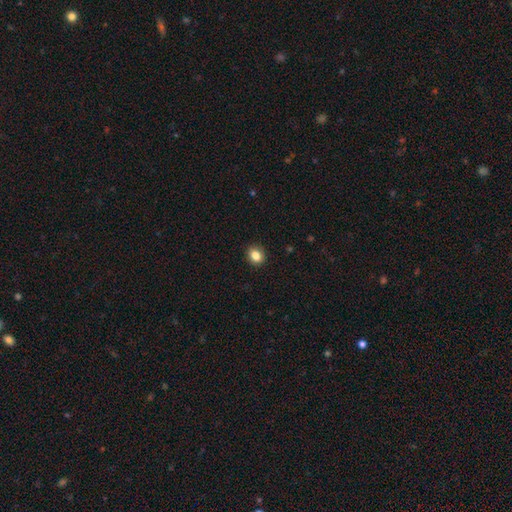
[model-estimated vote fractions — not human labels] Smooth or featured? smooth (84%)
How rounded? round (59%)
Merging? none (90%)